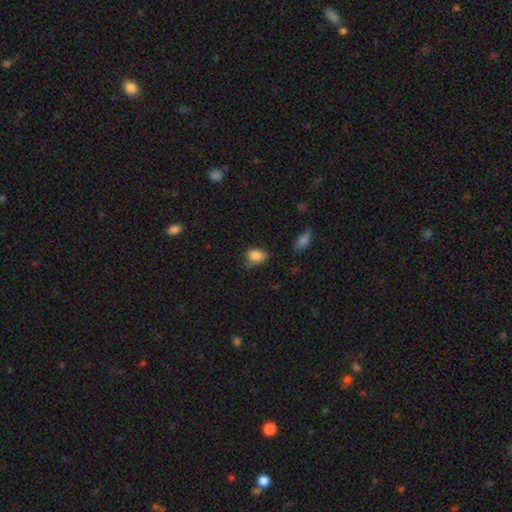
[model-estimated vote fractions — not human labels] A smooth galaxy with no disk features (84%) that is in between round and cigar-shaped (80%).

Vote fractions:
- Smooth or featured? smooth: 84% / star or artifact: 9% / featured or disk: 7%
- How rounded? in between: 80% / round: 18% / cigar-shaped: 2%
- Merging? none: 58% / minor disturbance: 32% / major disturbance: 7% / merger: 4%